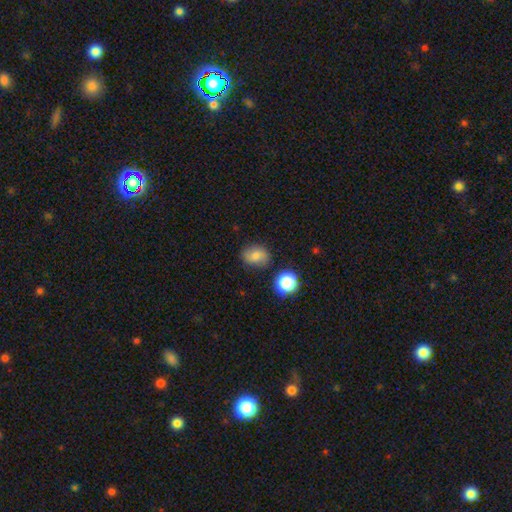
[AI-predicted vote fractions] A smooth galaxy with no disk features (74%) that is round (50%).

Vote fractions:
- Smooth or featured? smooth: 74% / featured or disk: 14% / star or artifact: 12%
- How rounded? round: 50% / in between: 48% / cigar-shaped: 1%
- Merging? none: 78% / minor disturbance: 15% / major disturbance: 4% / merger: 3%